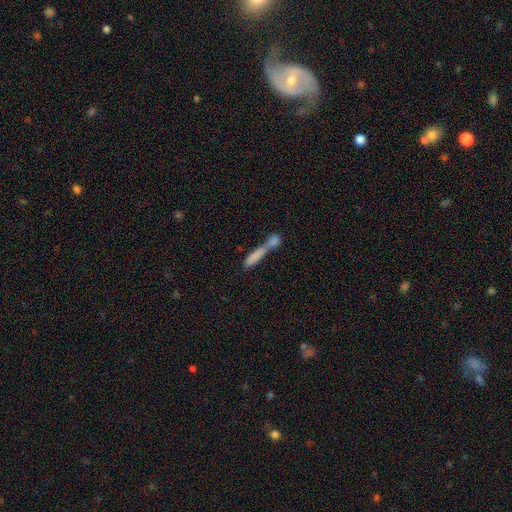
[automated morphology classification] smooth_or_featured: smooth (p=0.74) [alt: featured or disk p=0.18]
how_rounded: cigar-shaped (p=0.77) [alt: in between p=0.20]
merging: merger (p=0.63) [alt: none p=0.23]